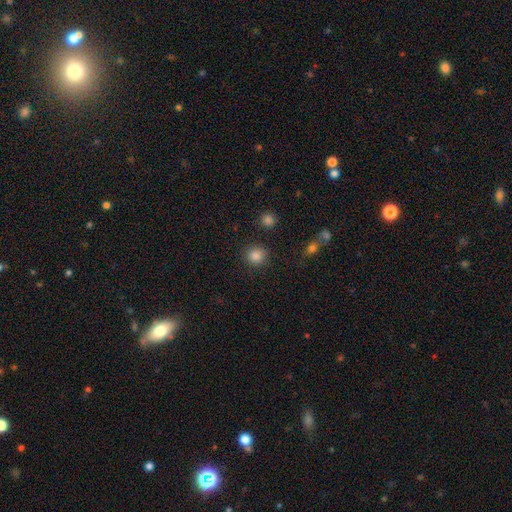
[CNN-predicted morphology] type=smooth (85%); roundness=round (90%); merging=none (88%).